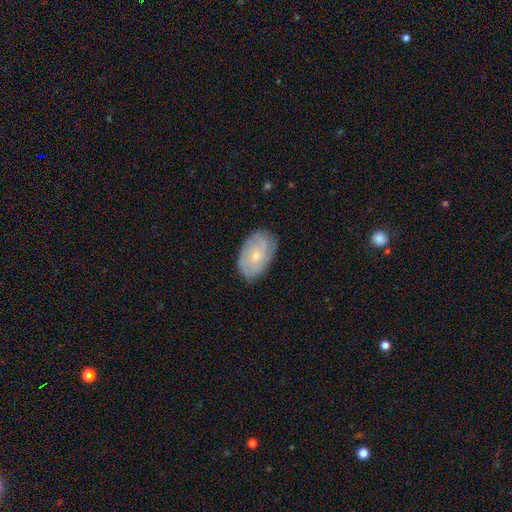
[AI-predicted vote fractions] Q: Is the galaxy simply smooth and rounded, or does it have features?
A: featured or disk — 60%.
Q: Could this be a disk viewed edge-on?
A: no — 95%.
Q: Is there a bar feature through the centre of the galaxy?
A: no — 81%.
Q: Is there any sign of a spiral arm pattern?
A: yes — 81%.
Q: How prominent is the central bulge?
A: small — 67%.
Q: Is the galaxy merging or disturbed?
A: none — 78%.